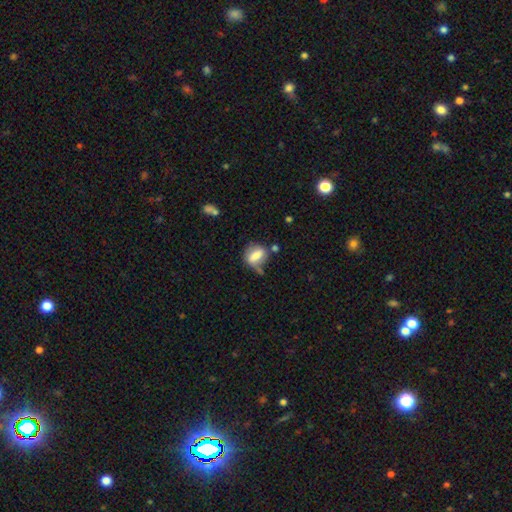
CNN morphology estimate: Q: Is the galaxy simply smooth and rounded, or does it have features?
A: smooth — 65%.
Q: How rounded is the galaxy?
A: in between — 63%.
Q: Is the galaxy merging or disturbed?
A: none — 46%.